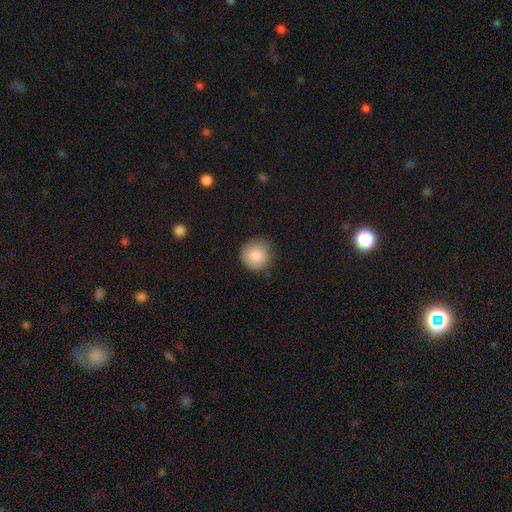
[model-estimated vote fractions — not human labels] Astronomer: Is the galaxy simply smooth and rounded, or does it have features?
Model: smooth — 80%.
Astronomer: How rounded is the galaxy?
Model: round — 95%.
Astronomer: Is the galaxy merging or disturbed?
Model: none — 84%.